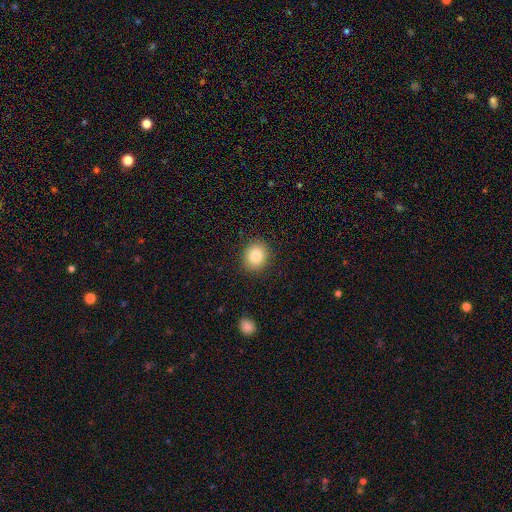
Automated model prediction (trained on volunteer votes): Smooth or featured? Predicted: smooth (p=0.84). How rounded? Predicted: round (p=0.73). Merging? Predicted: none (p=0.89).